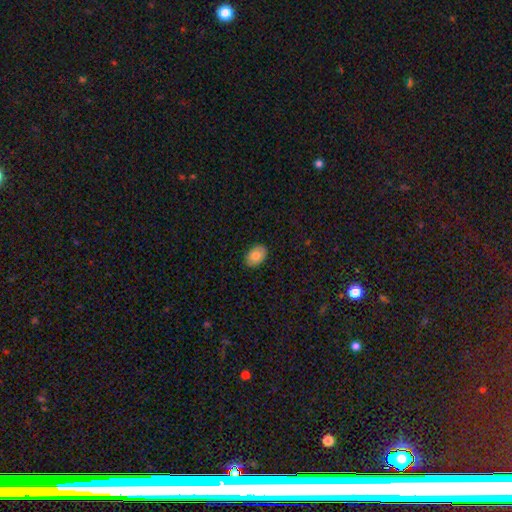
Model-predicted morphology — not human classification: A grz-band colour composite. It shows a smooth galaxy with no disk features (73%) that is in between round and cigar-shaped (80%). Merging: none (88%).